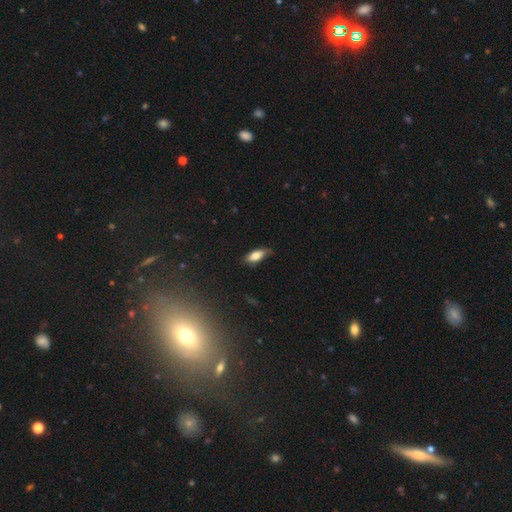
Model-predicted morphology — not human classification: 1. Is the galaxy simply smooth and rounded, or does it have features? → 78% smooth, 15% featured or disk, 7% star or artifact.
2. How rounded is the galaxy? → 76% in between, 21% cigar-shaped, 2% round.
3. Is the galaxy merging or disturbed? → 75% none, 21% minor disturbance, 3% major disturbance, 1% merger.